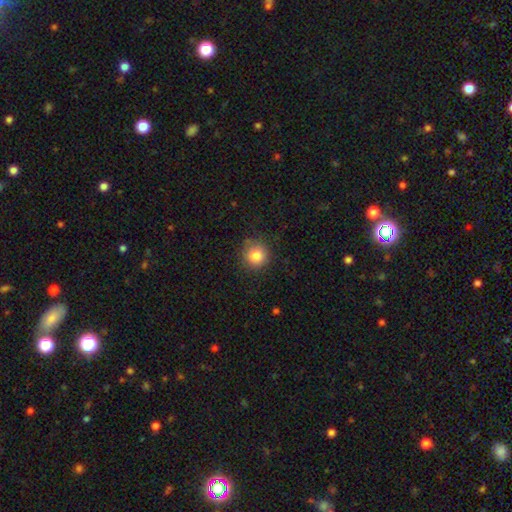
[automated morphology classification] smooth-or-featured: smooth: 83% | star or artifact: 10% | featured or disk: 7%
  how-rounded: round: 92% | in between: 7% | cigar-shaped: 1%
  merging: none: 83% | minor disturbance: 13% | major disturbance: 3% | merger: 1%